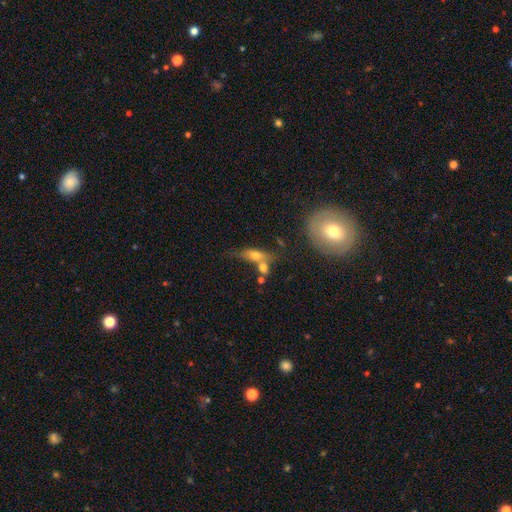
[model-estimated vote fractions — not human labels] Morphology: type=smooth (58%); roundness=in between (62%); merging=merger (40%).